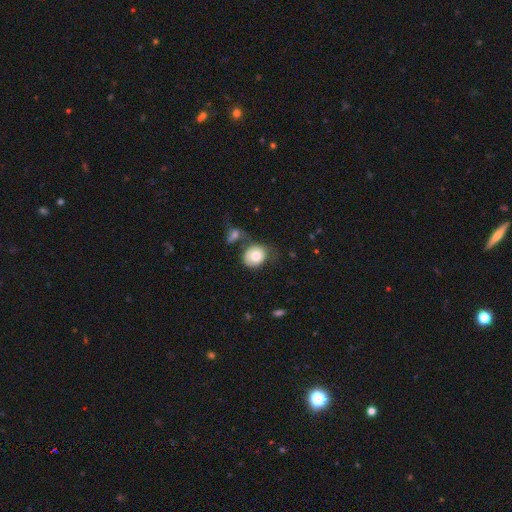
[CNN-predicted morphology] smooth_or_featured: smooth (p=0.76) [alt: featured or disk p=0.17]
how_rounded: round (p=0.67) [alt: in between p=0.32]
merging: none (p=0.44) [alt: minor disturbance p=0.22]